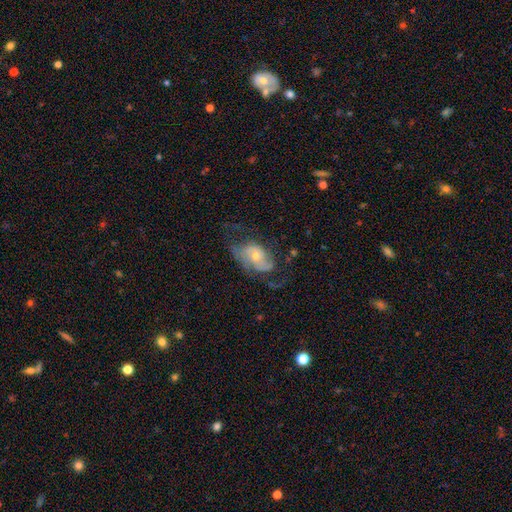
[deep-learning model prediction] This is likely a featured or disk galaxy (70%). It is clearly not viewed edge-on (95%). Bar: likely no (73%). Spiral arm pattern: clearly yes (82%). Spiral arm count: possibly 2 (55%). Spiral winding: marginally medium (42%). Central bulge: possibly small (55%). Merging: possibly none (48%).